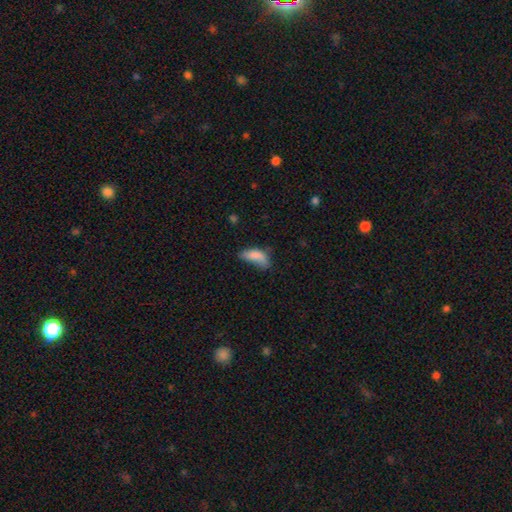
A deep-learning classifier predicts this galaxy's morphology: smooth_or_featured: smooth (p=0.79) [alt: featured or disk p=0.13]
how_rounded: in between (p=0.84) [alt: cigar-shaped p=0.13]
merging: minor disturbance (p=0.36) [alt: none p=0.29]